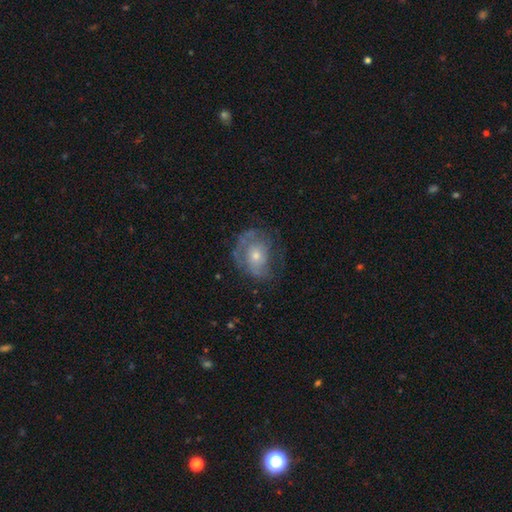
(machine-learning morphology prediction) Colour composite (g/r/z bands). It shows a featured or disk galaxy (62%) with no bar (82%), spiral arms (64%) and a small central bulge (48%). Merging: none (57%).